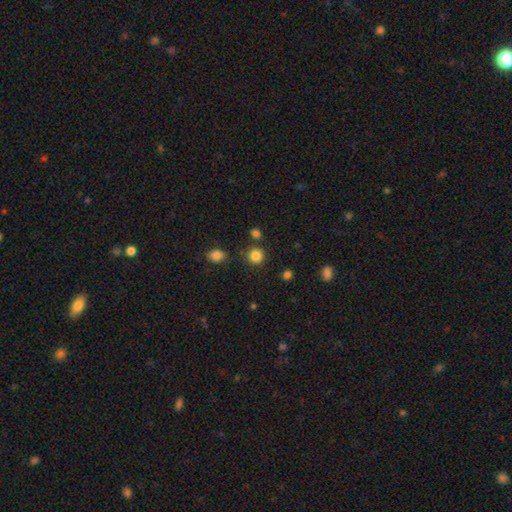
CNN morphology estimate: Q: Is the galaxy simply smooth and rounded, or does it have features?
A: smooth — 84%.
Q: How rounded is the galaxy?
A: round — 92%.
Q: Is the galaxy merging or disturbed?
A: none — 84%.